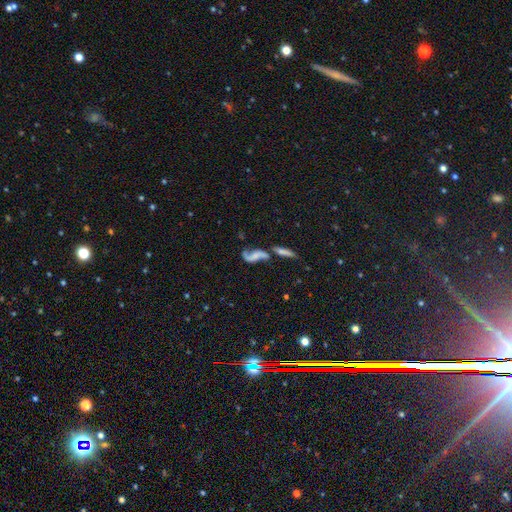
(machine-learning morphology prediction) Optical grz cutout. It shows a featured or disk galaxy (71%) with no bar (56%), 2 (84%) loose (77%) spiral arms (88%) and no central bulge (48%). Merging: merger (40%).